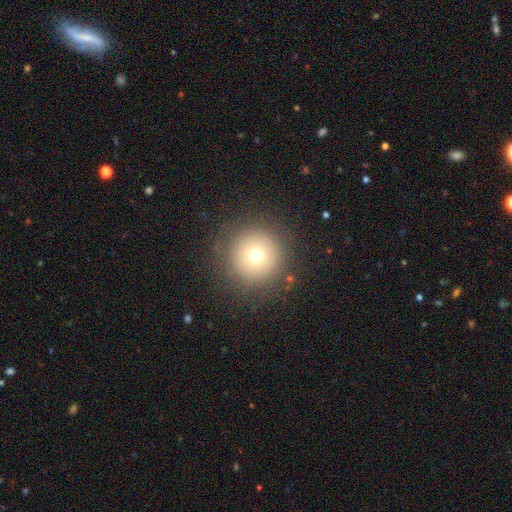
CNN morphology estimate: smooth_or_featured: smooth (p=0.71) [alt: star or artifact p=0.15]
how_rounded: round (p=0.97) [alt: in between p=0.03]
merging: none (p=0.88) [alt: minor disturbance p=0.07]